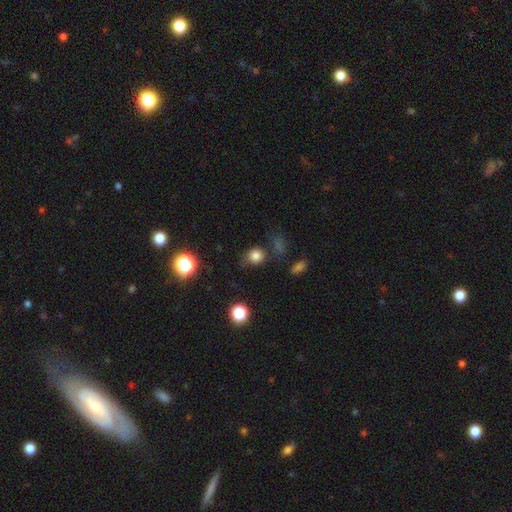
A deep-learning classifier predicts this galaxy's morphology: smooth-or-featured: smooth: 79% | star or artifact: 14% | featured or disk: 7%
  how-rounded: round: 74% | in between: 24% | cigar-shaped: 1%
  merging: none: 63% | minor disturbance: 22% | major disturbance: 9% | merger: 6%